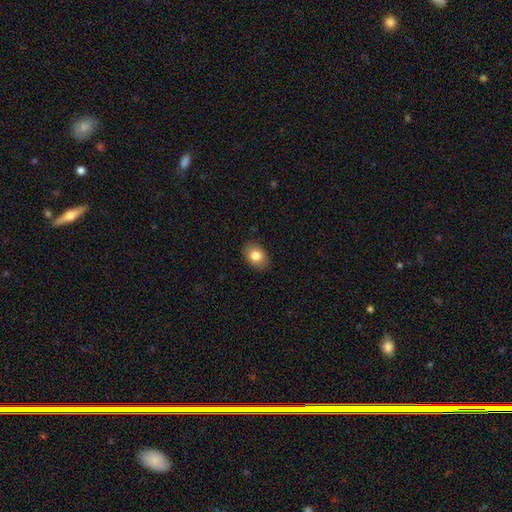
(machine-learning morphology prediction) Smooth or featured?
  - smooth: 82% *
  - featured or disk: 10%
  - star or artifact: 8%
How rounded?
  - in between: 76% *
  - round: 23%
  - cigar-shaped: 1%
Merging?
  - none: 87% *
  - minor disturbance: 10%
  - major disturbance: 2%
  - merger: 1%